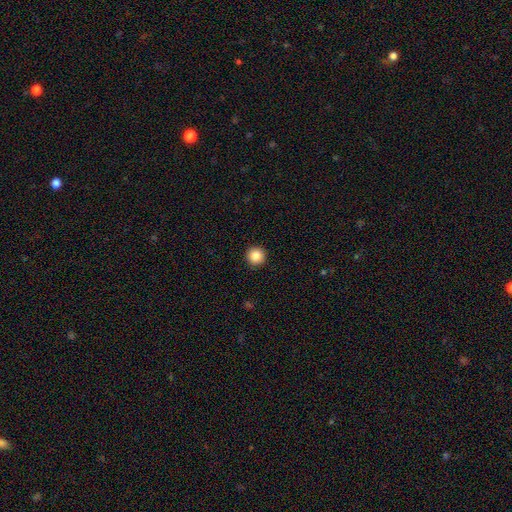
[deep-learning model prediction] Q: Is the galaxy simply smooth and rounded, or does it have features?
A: smooth — 86%.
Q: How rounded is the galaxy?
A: round — 96%.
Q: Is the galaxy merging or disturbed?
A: none — 93%.